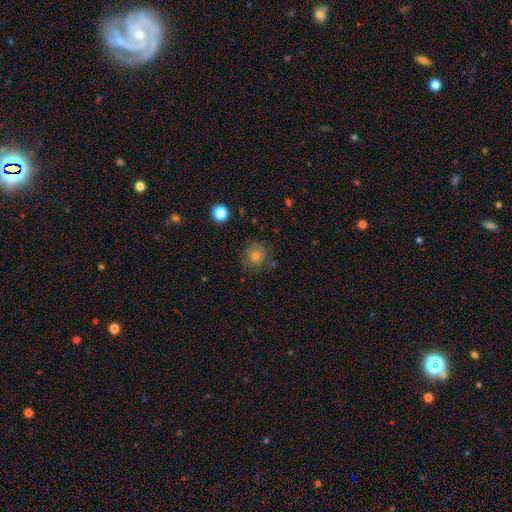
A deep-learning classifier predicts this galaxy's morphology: A smooth galaxy with no disk features (64%) that is round (90%). Merging: none (82%).